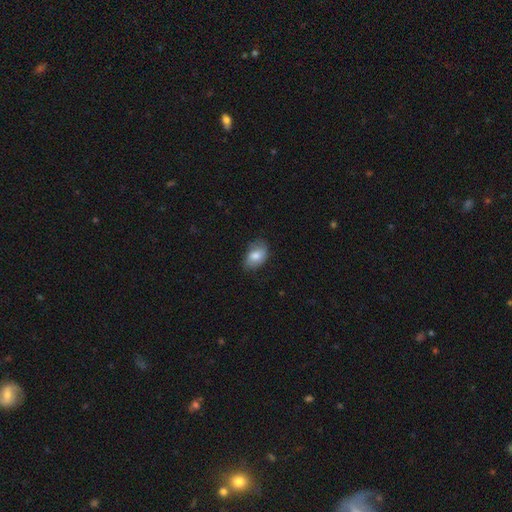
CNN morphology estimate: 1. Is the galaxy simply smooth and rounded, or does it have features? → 75% smooth, 18% featured or disk, 7% star or artifact.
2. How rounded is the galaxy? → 86% in between, 12% round, 1% cigar-shaped.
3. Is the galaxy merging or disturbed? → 66% none, 26% minor disturbance, 6% major disturbance, 1% merger.